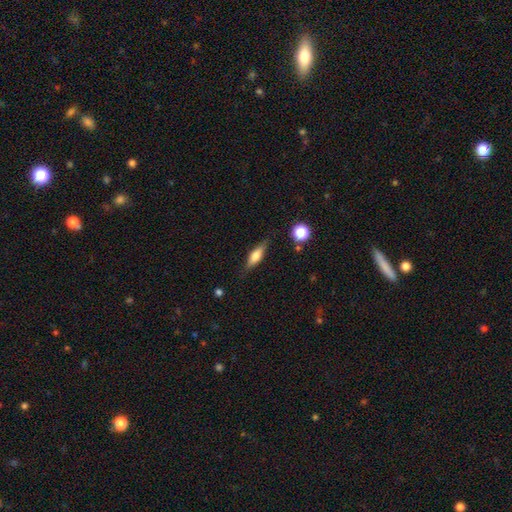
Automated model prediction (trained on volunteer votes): This appears to be a smooth galaxy with no disk features (56%) that is cigar-shaped (51%). Merging: none (80%).